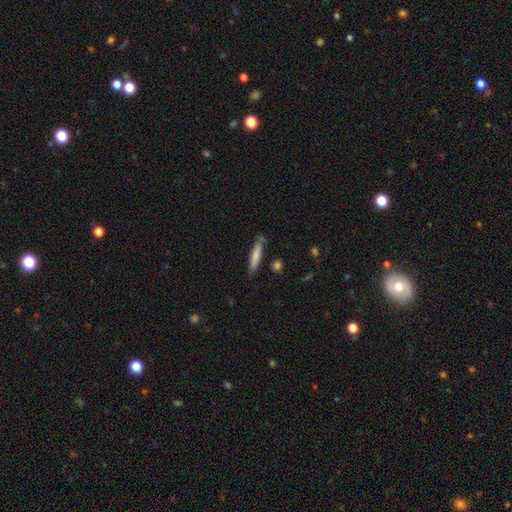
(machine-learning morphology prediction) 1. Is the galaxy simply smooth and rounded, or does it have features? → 76% smooth, 18% featured or disk, 6% star or artifact.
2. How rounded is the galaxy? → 87% cigar-shaped, 11% in between, 1% round.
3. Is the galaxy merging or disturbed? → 79% none, 15% minor disturbance, 4% merger, 3% major disturbance.